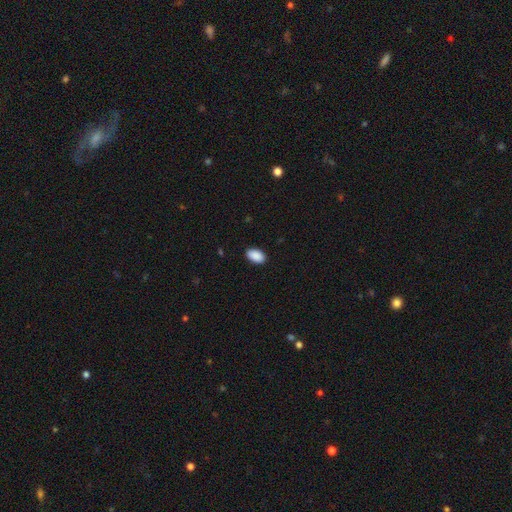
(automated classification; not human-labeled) smooth 91%, star or artifact 7%, featured or disk 3%. Down the decision tree: how rounded — in between (94%); merging — none (89%).